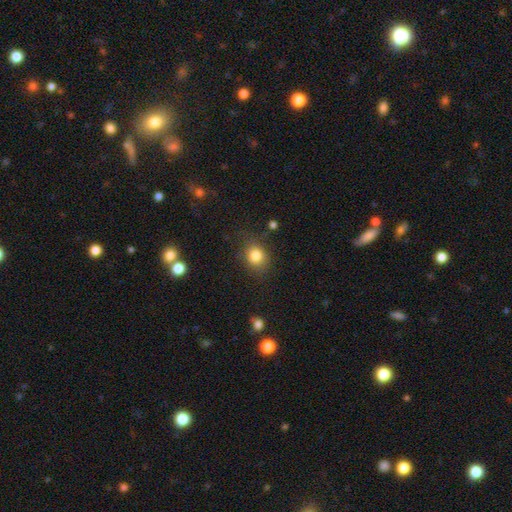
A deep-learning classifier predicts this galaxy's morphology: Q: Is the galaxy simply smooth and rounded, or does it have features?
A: smooth — 83%.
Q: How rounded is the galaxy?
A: round — 64%.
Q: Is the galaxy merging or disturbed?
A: none — 77%.